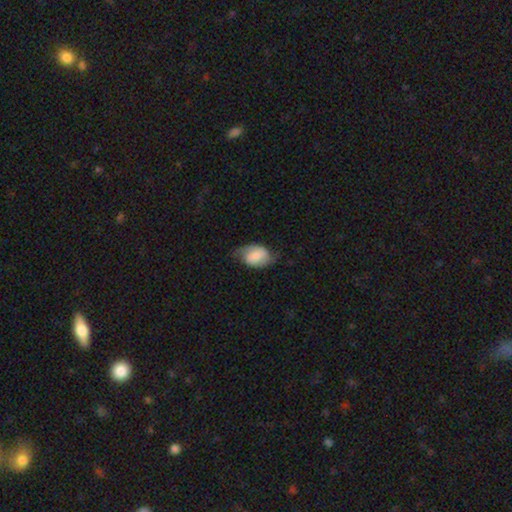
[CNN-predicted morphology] The model was most divided on "smooth or featured": smooth: 57%, featured or disk: 36%, star or artifact: 7%. More confident: how rounded — in between (82%); merging — none (55%).